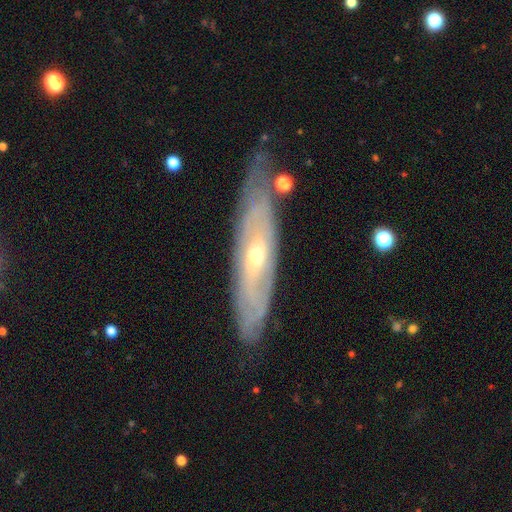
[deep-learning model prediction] This appears to be a featured or disk galaxy (73%). Merging: none (74%).